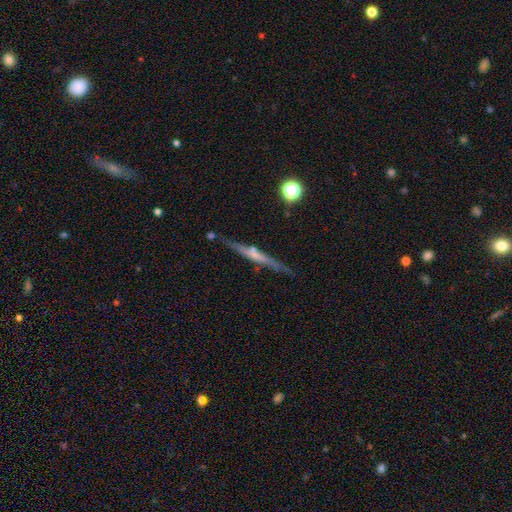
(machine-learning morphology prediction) The model was most divided on "edge-on bulge" (2-way tie): rounded: 43%, none: 43%, boxy: 14%. More confident: edge-on disk — yes (97%); merging — none (87%); smooth or featured — featured or disk (70%).